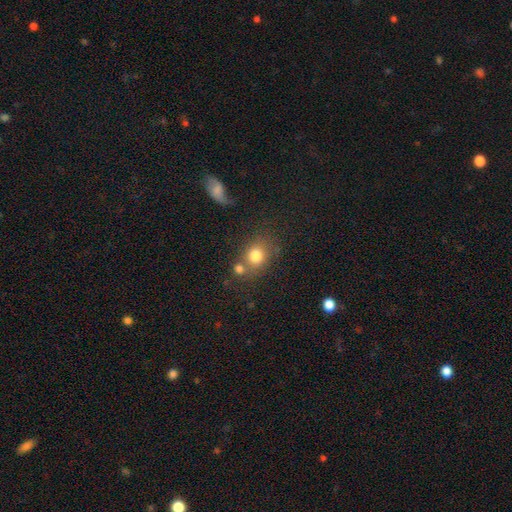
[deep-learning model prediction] Smooth or featured? smooth (79%)
How rounded? round (66%)
Merging? none (55%)